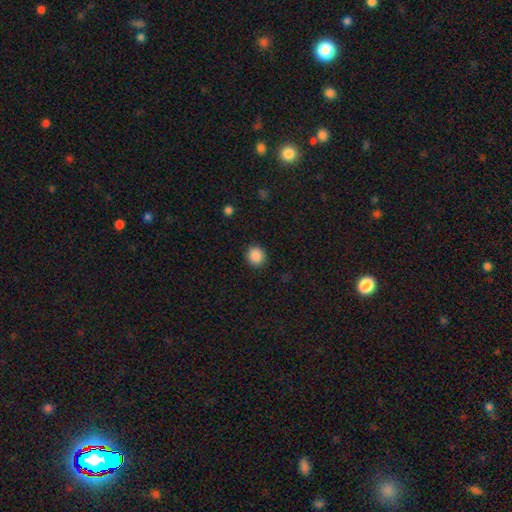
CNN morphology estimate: type=smooth (88%); roundness=round (90%); merging=none (91%).